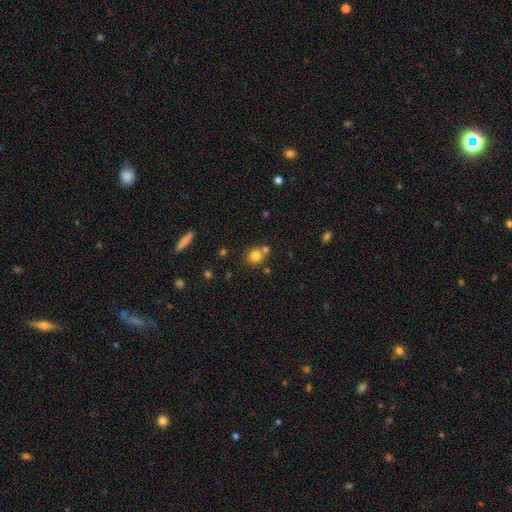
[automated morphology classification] smooth_or_featured: smooth (p=0.79) [alt: star or artifact p=0.13]
how_rounded: round (p=0.89) [alt: in between p=0.10]
merging: none (p=0.62) [alt: merger p=0.26]